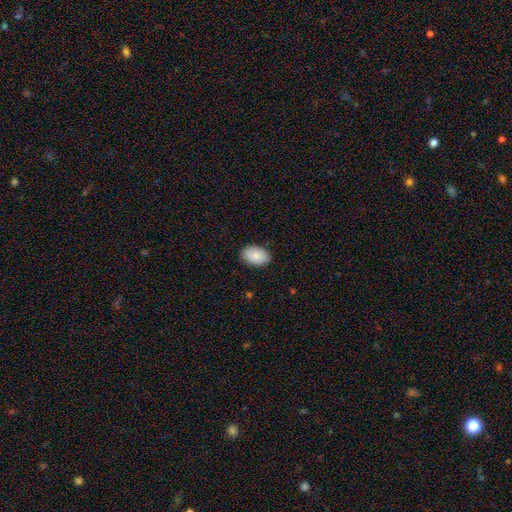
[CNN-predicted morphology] Smooth or featured? Predicted: smooth (p=0.88). How rounded? Predicted: in between (p=0.92). Merging? Predicted: none (p=0.88).